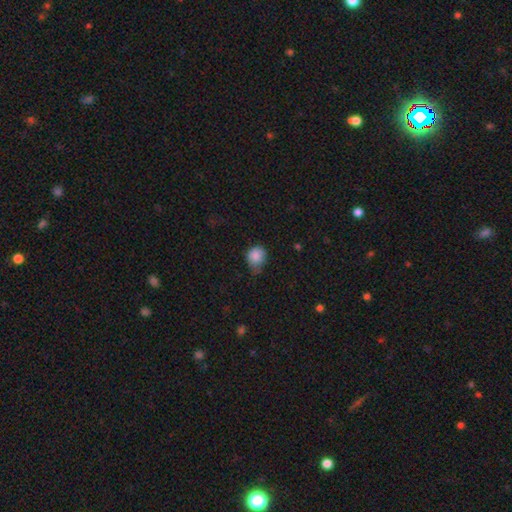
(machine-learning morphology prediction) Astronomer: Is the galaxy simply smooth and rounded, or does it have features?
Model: smooth — 86%.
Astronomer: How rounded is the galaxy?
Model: round — 74%.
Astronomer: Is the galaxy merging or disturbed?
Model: none — 48% (runner-up: minor disturbance, 41%).